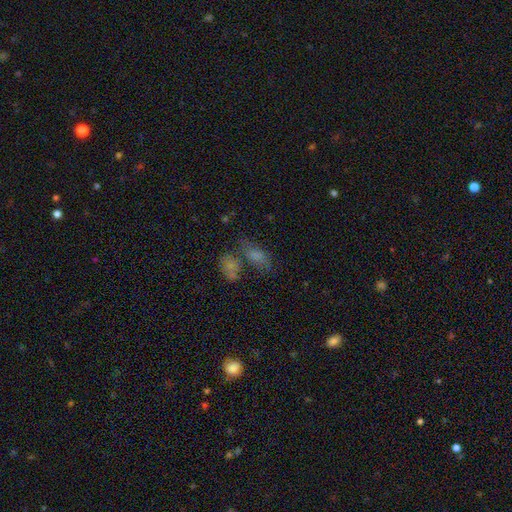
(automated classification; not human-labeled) This is likely a smooth galaxy (66%). How rounded: clearly in between (82%). Merging: marginally merger (37%, tied with none).